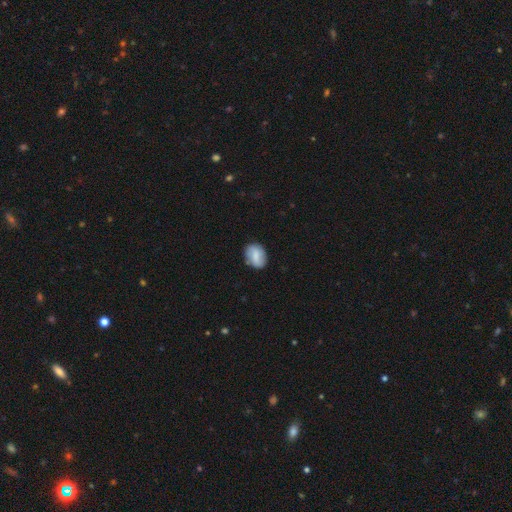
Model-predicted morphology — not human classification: This is likely a smooth galaxy (74%). How rounded: likely in between (69%). Merging: likely none (78%).